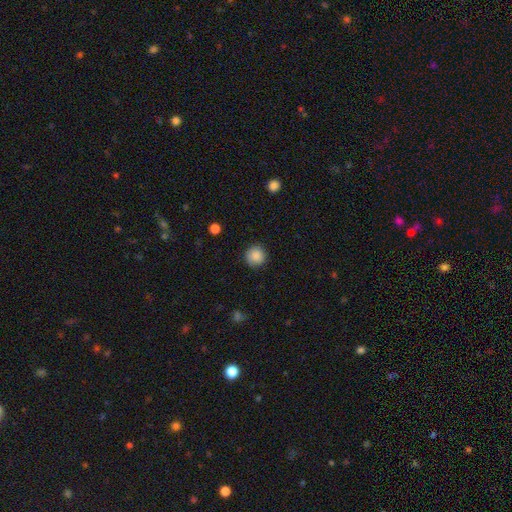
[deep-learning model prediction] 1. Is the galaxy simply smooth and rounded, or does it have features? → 88% smooth, 9% star or artifact, 4% featured or disk.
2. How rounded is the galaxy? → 94% round, 5% in between, 1% cigar-shaped.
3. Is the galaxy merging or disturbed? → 87% none, 10% minor disturbance, 2% major disturbance, 1% merger.